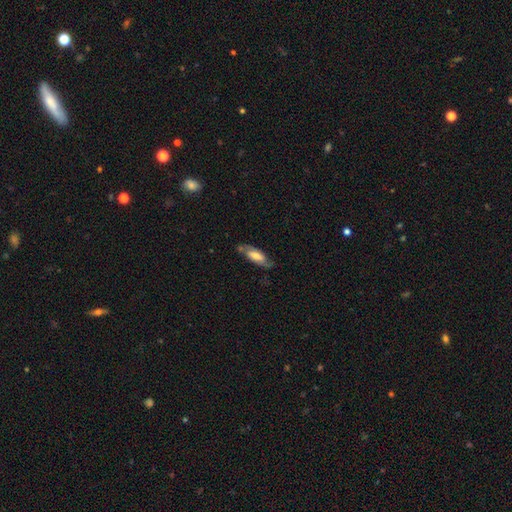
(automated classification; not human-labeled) Smooth or featured?
  - featured or disk: 63% *
  - smooth: 31%
  - star or artifact: 6%
Edge-on disk?
  - no: 84% *
  - yes: 16%
Bar?
  - weak: 39% *
  - no: 37%
  - strong: 24%
Spiral arms?
  - yes: 85% *
  - no: 15%
Bulge size?
  - moderate: 45% *
  - large: 23%
  - small: 23%
  - none: 6%
  - dominant: 3%
Merging?
  - none: 73% *
  - minor disturbance: 19%
  - major disturbance: 7%
  - merger: 2%